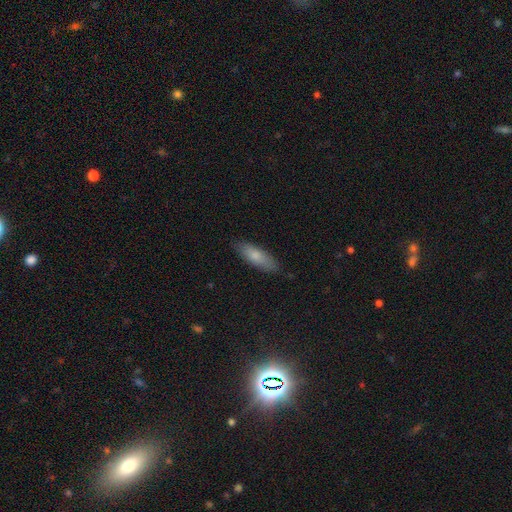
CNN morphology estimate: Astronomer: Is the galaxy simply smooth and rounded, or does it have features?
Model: smooth — 78%.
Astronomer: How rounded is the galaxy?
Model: in between — 55% (runner-up: cigar-shaped, 43%).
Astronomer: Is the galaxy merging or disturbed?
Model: none — 85%.